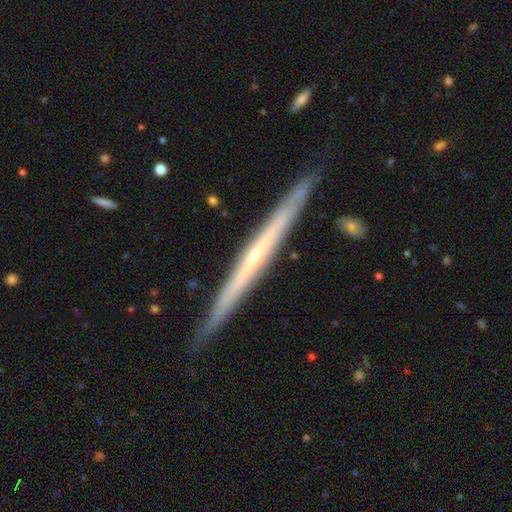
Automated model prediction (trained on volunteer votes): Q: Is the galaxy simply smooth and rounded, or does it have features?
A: featured or disk — 77%.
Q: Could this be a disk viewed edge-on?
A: yes — 97%.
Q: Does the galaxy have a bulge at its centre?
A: none — 54%.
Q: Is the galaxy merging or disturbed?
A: none — 90%.